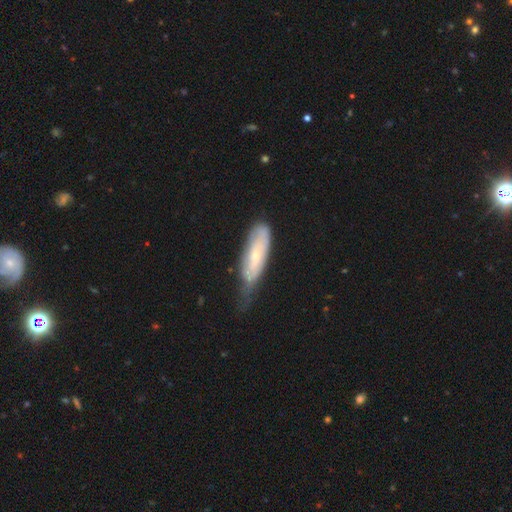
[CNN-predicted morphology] Overall: featured or disk (48%; smooth 45%). Merging: minor disturbance (41%; none 39%).